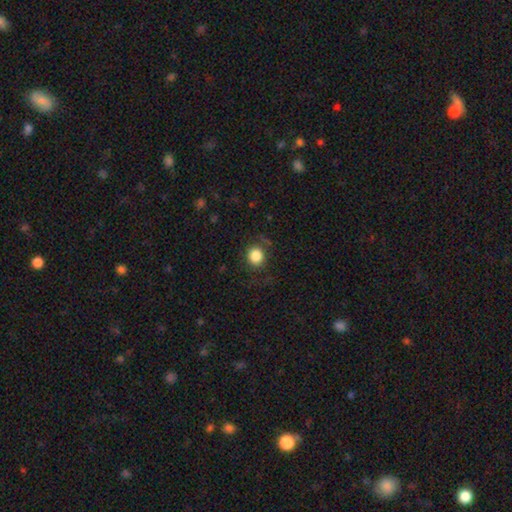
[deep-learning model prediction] Smooth or featured?
  - smooth: 84% *
  - star or artifact: 10%
  - featured or disk: 6%
How rounded?
  - round: 85% *
  - in between: 14%
  - cigar-shaped: 1%
Merging?
  - none: 80% *
  - minor disturbance: 13%
  - major disturbance: 6%
  - merger: 1%